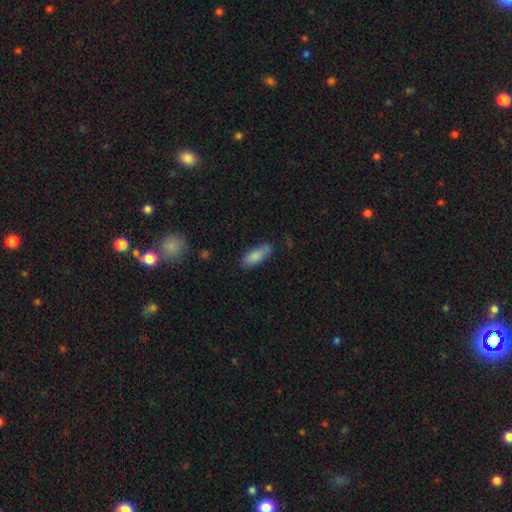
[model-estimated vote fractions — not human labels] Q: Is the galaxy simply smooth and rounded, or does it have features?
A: smooth — 83%.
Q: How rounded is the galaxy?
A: in between — 71%.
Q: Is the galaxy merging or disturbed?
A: none — 69%.